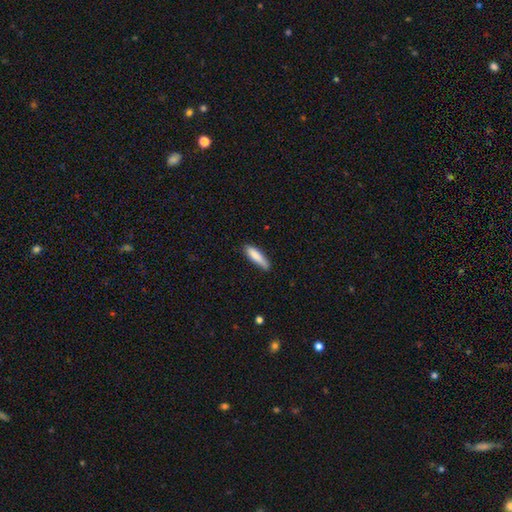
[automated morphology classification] Q: Smooth or featured?
A: smooth (83%); runner-up: featured or disk (11%)
Q: How rounded?
A: cigar-shaped (72%); runner-up: in between (27%)
Q: Merging?
A: none (68%); runner-up: minor disturbance (26%)